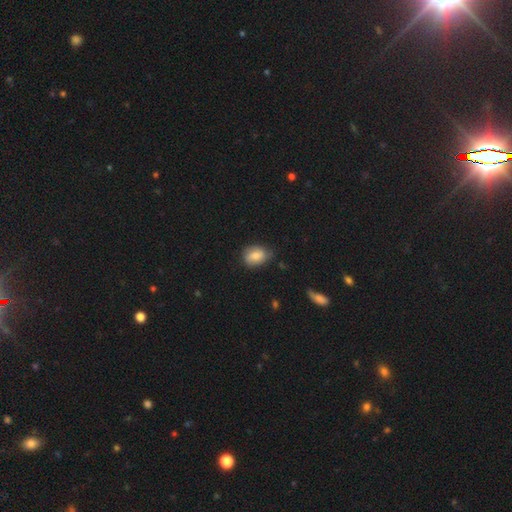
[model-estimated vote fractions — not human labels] Overall: smooth (77%). How rounded: in between (67%; round 32%). Merging: none (68%).